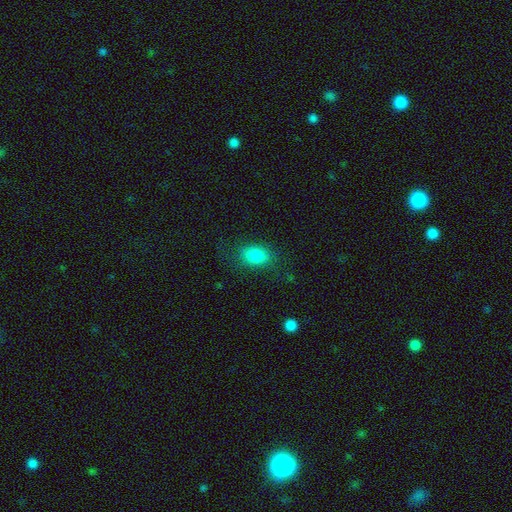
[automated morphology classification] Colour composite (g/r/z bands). It shows a smooth galaxy with no disk features (84%) that is in between round and cigar-shaped (78%). Merging: none (80%).